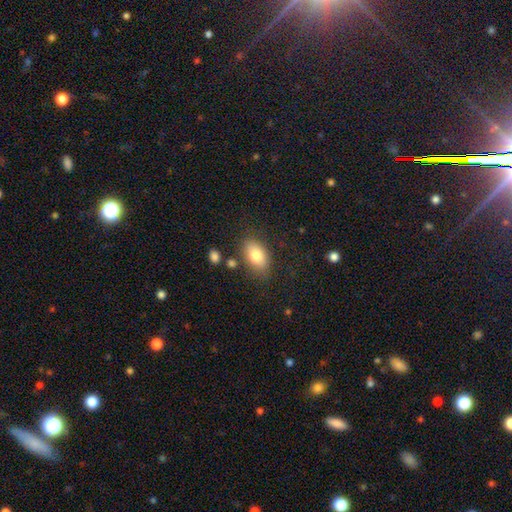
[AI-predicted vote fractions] Morphology: type=smooth (79%); roundness=in between (90%); merging=none (78%).